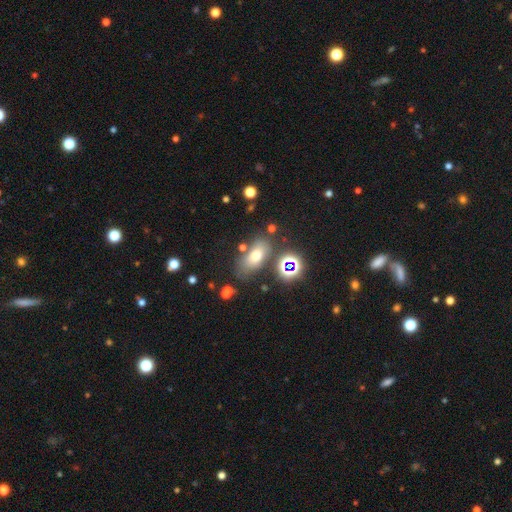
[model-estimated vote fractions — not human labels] A smooth galaxy with no disk features (64%) that is in between round and cigar-shaped (81%). Merging: none (70%).